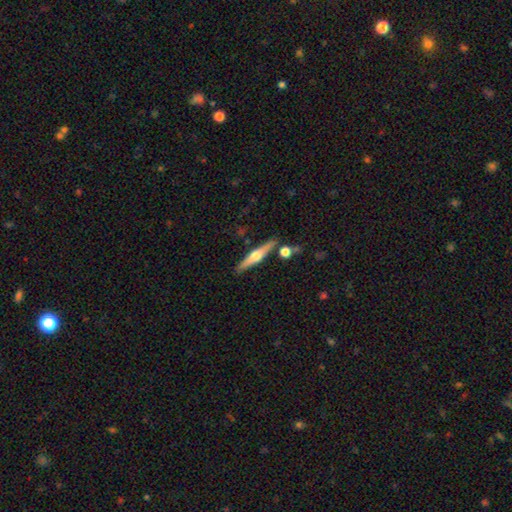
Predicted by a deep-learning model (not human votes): The model was most divided on "smooth or featured": featured or disk: 64%, smooth: 30%, star or artifact: 6%. More confident: edge-on disk — yes (97%); edge-on bulge — rounded (93%); merging — none (84%).